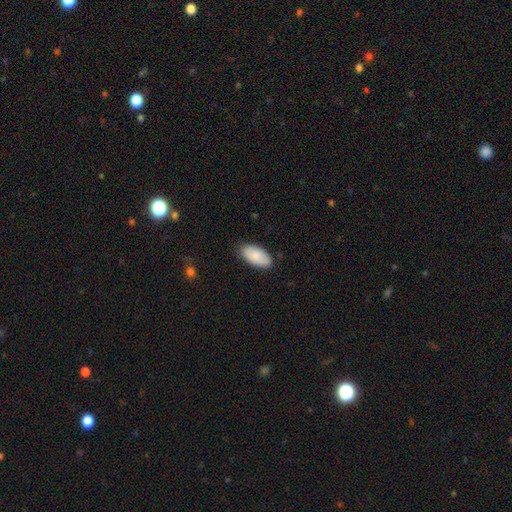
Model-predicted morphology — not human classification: smooth-or-featured: smooth: 85% | featured or disk: 9% | star or artifact: 6%
  how-rounded: in between: 95% | cigar-shaped: 3% | round: 2%
  merging: none: 84% | minor disturbance: 13% | major disturbance: 2% | merger: 1%